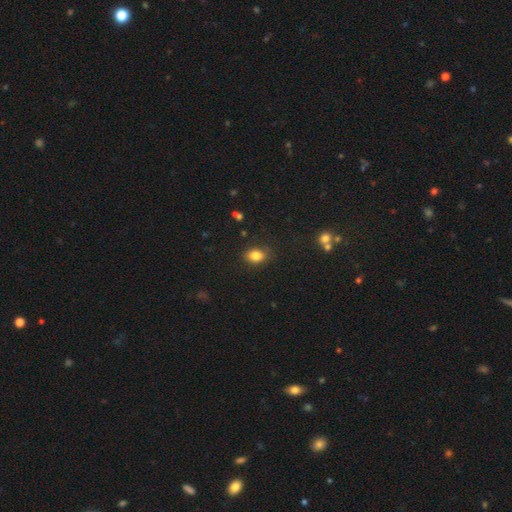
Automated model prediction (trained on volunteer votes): Smooth or featured? smooth (83%)
How rounded? in between (70%)
Merging? none (81%)